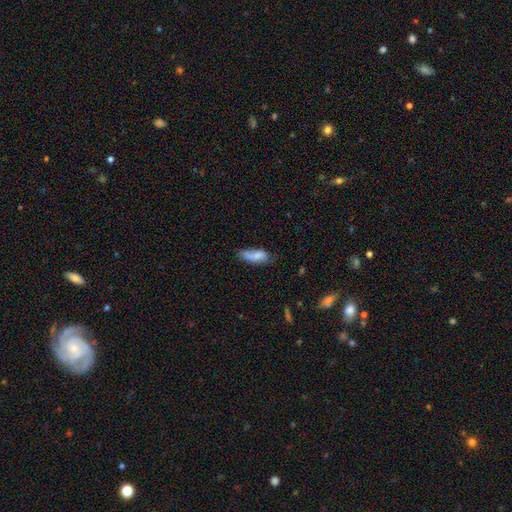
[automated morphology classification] Smooth or featured: smooth — 71% (featured or disk — 21%)
How rounded: in between — 78% (cigar-shaped — 20%)
Merging: none — 45% (minor disturbance — 32%)